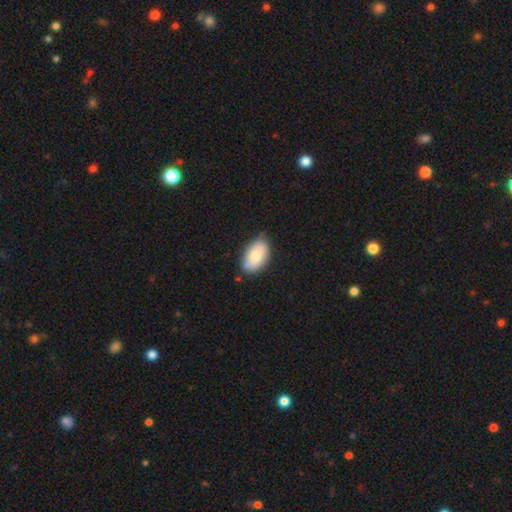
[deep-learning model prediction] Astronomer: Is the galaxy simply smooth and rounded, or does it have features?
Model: smooth — 79%.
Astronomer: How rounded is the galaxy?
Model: in between — 93%.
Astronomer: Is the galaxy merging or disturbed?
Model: none — 68%.